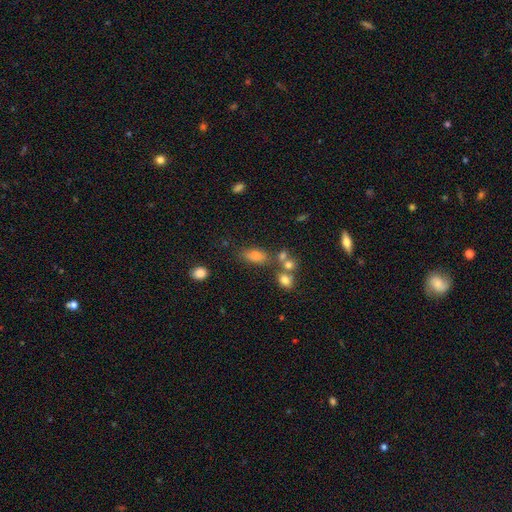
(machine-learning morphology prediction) This is likely a smooth galaxy (70%). How rounded: likely in between (79%). Merging: likely none (62%).